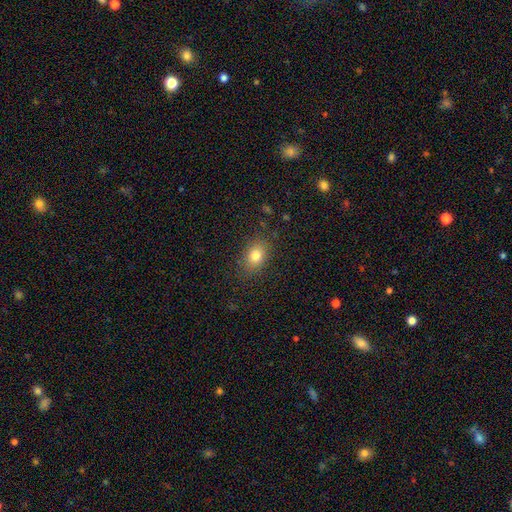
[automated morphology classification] Smooth or featured? smooth (80%)
How rounded? in between (72%)
Merging? none (84%)